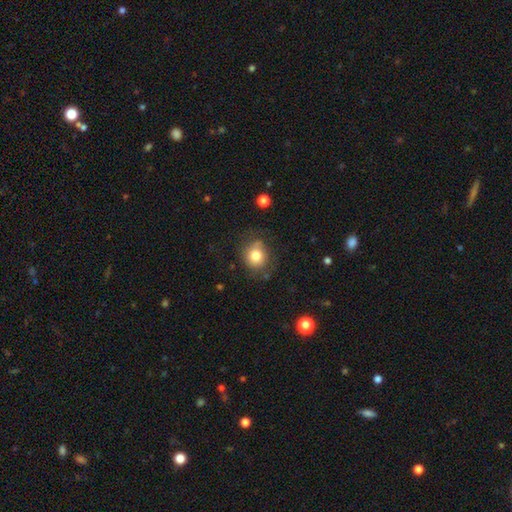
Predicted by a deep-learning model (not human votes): The model was most divided on "how rounded": round: 73%, in between: 27%, cigar-shaped: 1%. More confident: smooth or featured — smooth (79%); merging — none (68%).